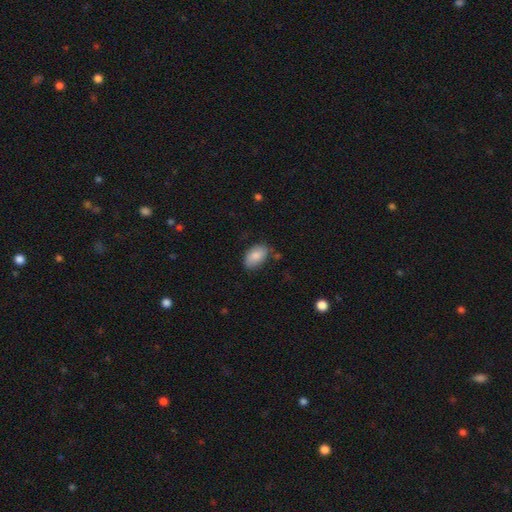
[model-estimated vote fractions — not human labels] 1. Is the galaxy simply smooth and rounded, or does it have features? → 84% smooth, 9% featured or disk, 7% star or artifact.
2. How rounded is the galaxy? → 93% in between, 6% round, 2% cigar-shaped.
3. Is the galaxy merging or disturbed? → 74% none, 20% minor disturbance, 4% major disturbance, 3% merger.